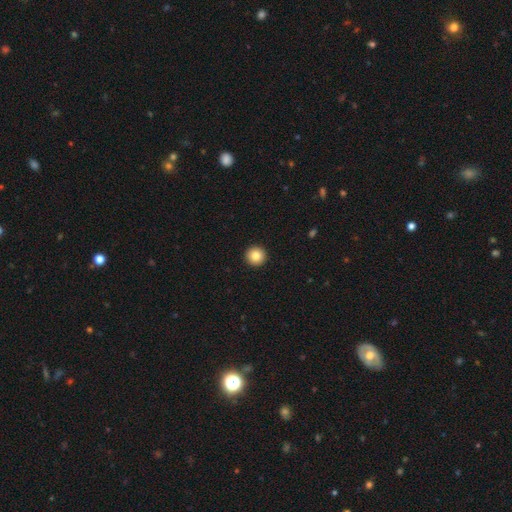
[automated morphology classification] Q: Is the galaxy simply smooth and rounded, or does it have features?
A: smooth — 84%.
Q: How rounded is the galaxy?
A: round — 96%.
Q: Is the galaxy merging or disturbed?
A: none — 94%.